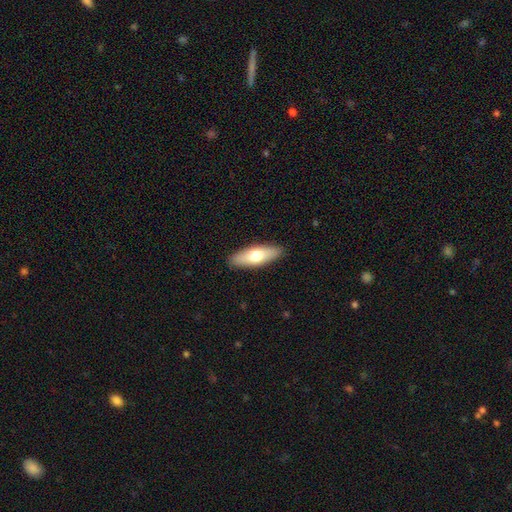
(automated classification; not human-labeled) Smooth or featured? smooth (65%)
How rounded? in between (57%)
Merging? none (90%)